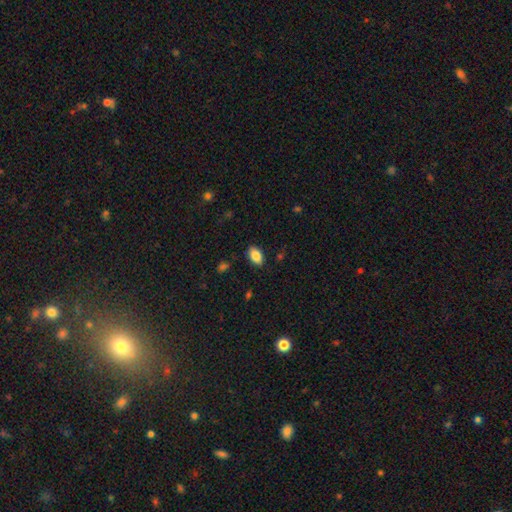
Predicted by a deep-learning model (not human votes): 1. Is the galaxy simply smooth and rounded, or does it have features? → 85% smooth, 8% star or artifact, 8% featured or disk.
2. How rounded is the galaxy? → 92% in between, 7% round, 2% cigar-shaped.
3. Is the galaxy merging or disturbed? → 86% none, 10% minor disturbance, 2% major disturbance, 1% merger.